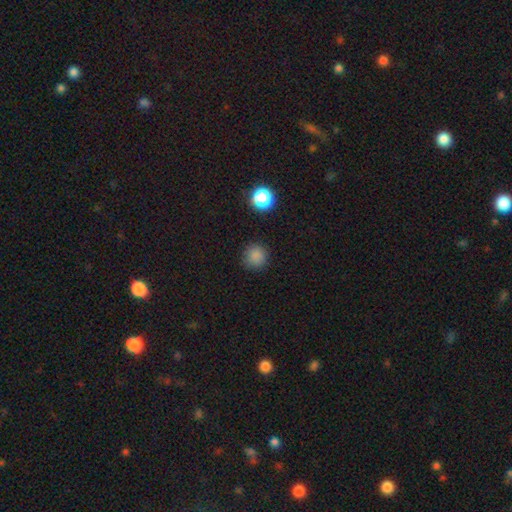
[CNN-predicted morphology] This appears to be a smooth galaxy with no disk features (84%) that is round (93%). Merging: none (87%).